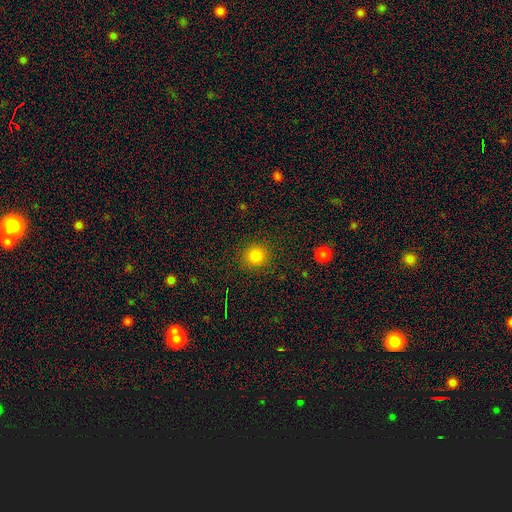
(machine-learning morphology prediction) Smooth or featured? Predicted: smooth (p=0.82). How rounded? Predicted: round (p=0.91). Merging? Predicted: none (p=0.90).